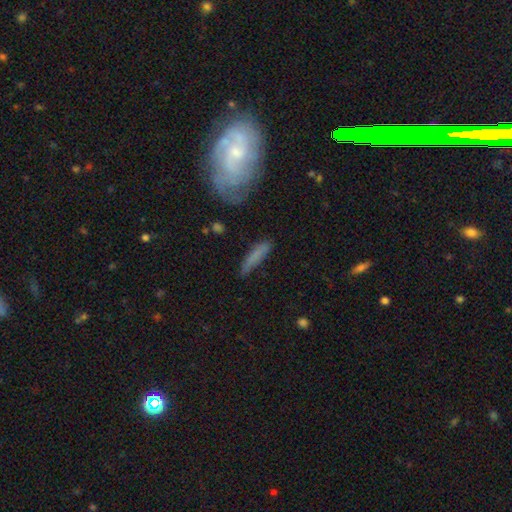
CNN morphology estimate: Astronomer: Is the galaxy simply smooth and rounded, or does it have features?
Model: smooth — 69%.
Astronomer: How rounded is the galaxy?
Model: cigar-shaped — 82%.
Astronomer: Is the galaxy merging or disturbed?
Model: none — 71%.